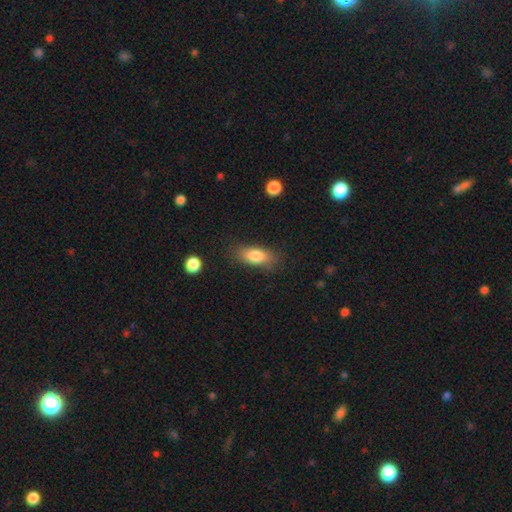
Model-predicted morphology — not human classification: Q: Smooth or featured?
A: smooth (80%); runner-up: featured or disk (12%)
Q: How rounded?
A: in between (79%); runner-up: cigar-shaped (15%)
Q: Merging?
A: none (79%); runner-up: minor disturbance (15%)